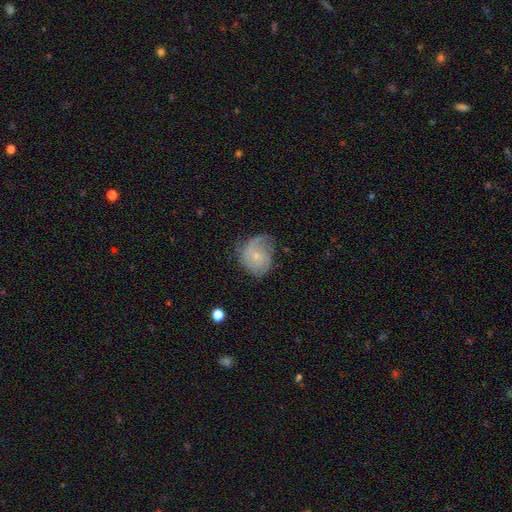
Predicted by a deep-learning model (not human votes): A featured or disk galaxy (64%) with no bar (77%), 2 (33%) tight (45%) spiral arms (88%) and a small central bulge (71%).

Vote fractions:
- Smooth or featured? featured or disk: 64% / smooth: 29% / star or artifact: 7%
- Edge-on disk? no: 98% / yes: 2%
- Bar? no: 77% / weak: 21% / strong: 3%
- Spiral arms? yes: 88% / no: 12%
- Spiral winding? tight: 45% / medium: 37% / loose: 18%
- Spiral arm count? 2: 33% / can't tell: 29% / 3: 16% / 1: 14% / 4: 4% / more than 4: 4%
- Bulge size? small: 71% / moderate: 22% / none: 4% / large: 1% / dominant: 1%
- Merging? none: 54% / minor disturbance: 29% / major disturbance: 15% / merger: 2%